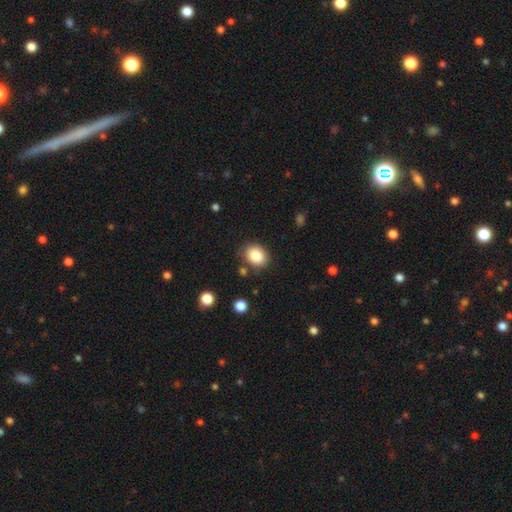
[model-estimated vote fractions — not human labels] This appears to be a smooth galaxy with no disk features (85%) that is in between round and cigar-shaped (57%). Merging: none (81%).